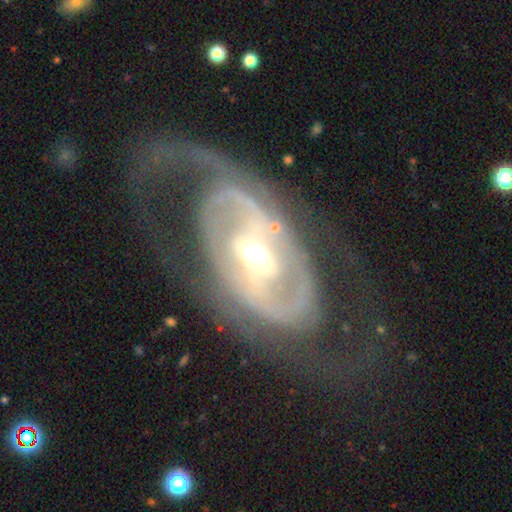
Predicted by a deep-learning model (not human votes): A featured or disk galaxy (85%) with a weak bar (38%), 2 (59%) tight (39%) spiral arms (76%) and a moderate central bulge (70%). Merging: none (48%).